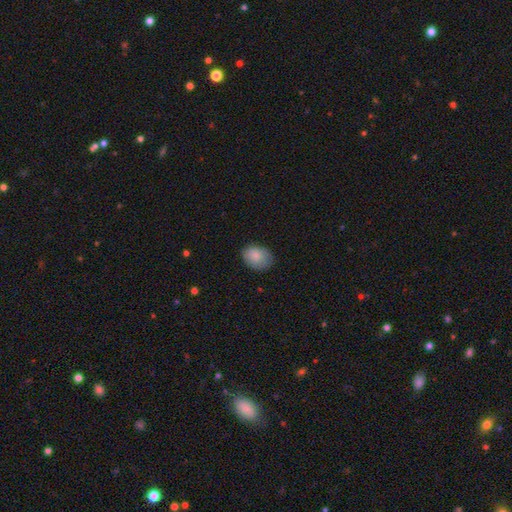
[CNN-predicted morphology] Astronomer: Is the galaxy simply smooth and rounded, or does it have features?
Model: smooth — 86%.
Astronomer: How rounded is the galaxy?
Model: in between — 72%.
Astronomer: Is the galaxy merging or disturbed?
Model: none — 76%.